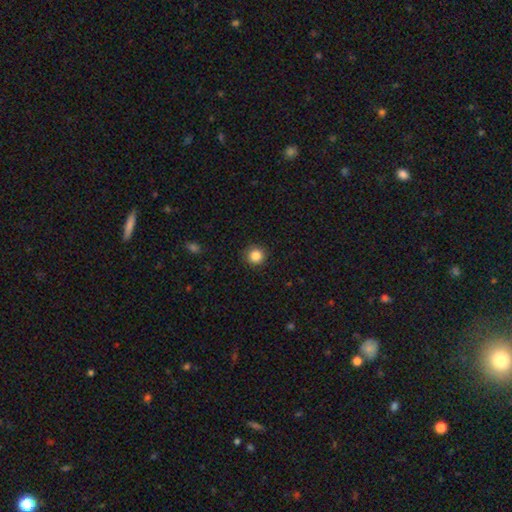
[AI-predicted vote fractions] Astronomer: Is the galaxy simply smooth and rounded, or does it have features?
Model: smooth — 85%.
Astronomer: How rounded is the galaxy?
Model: round — 94%.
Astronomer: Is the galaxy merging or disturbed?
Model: none — 90%.